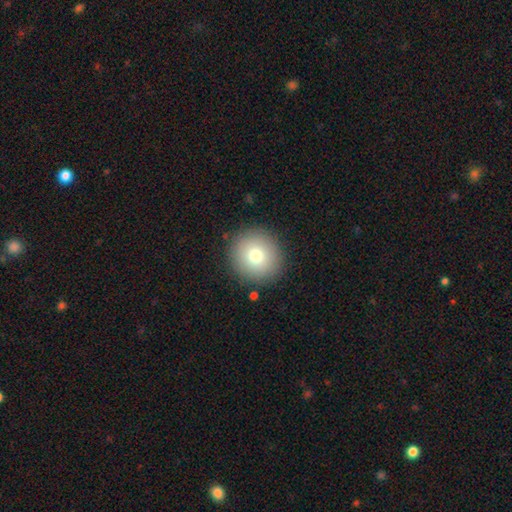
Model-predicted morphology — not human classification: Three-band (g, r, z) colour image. It shows a smooth galaxy with no disk features (77%) that is round (92%). Merging: none (89%).